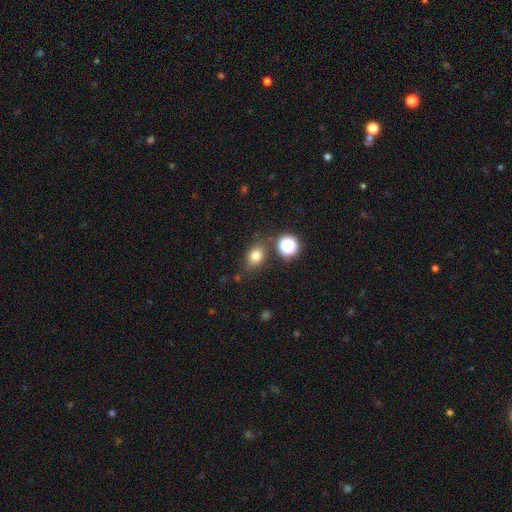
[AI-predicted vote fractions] smooth-or-featured: smooth: 77% | star or artifact: 15% | featured or disk: 8%
  how-rounded: in between: 59% | round: 40% | cigar-shaped: 2%
  merging: none: 74% | minor disturbance: 15% | merger: 7% | major disturbance: 5%